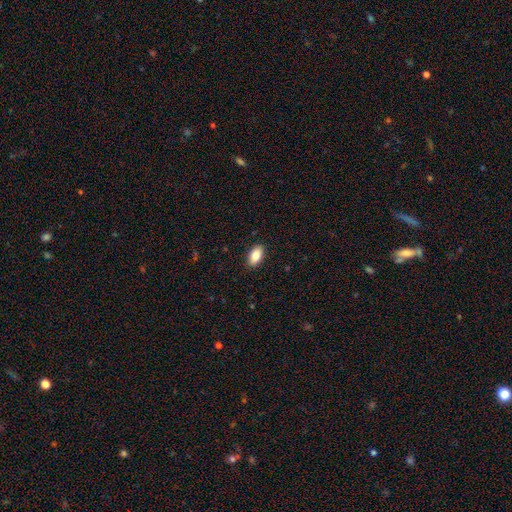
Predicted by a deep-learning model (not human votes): smooth 85%, featured or disk 9%, star or artifact 7%. Down the decision tree: how rounded — in between (93%); merging — none (90%).